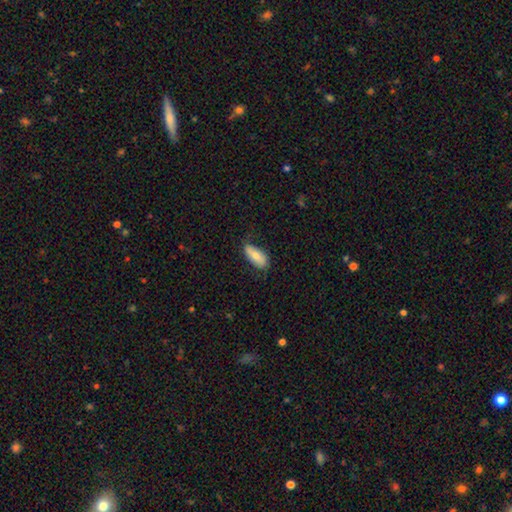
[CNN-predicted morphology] Q: Smooth or featured?
A: smooth (71%); runner-up: featured or disk (23%)
Q: How rounded?
A: in between (84%); runner-up: cigar-shaped (13%)
Q: Merging?
A: none (66%); runner-up: minor disturbance (27%)